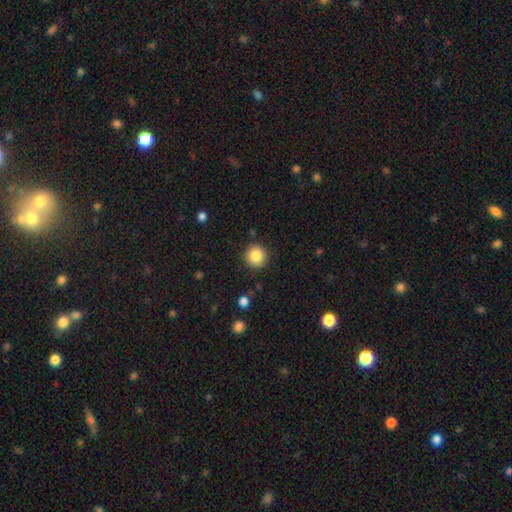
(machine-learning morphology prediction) Smooth or featured: smooth — 85% (star or artifact — 9%)
How rounded: round — 95% (in between — 4%)
Merging: none — 90% (minor disturbance — 6%)